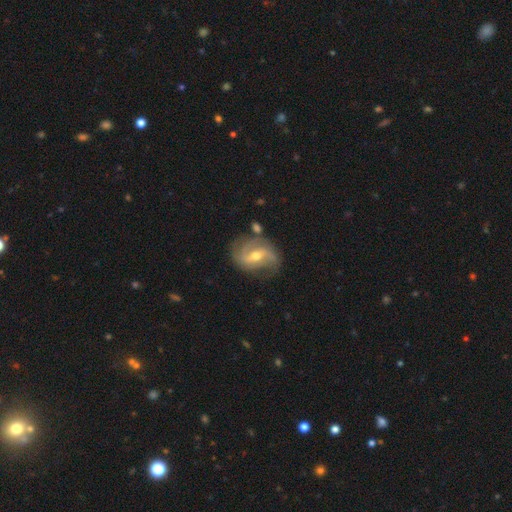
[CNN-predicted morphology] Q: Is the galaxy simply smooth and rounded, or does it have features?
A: featured or disk — 80%.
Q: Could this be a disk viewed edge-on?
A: no — 96%.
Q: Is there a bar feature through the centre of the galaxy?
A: weak — 47%.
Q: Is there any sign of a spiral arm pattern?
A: yes — 90%.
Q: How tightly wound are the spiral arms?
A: loose — 43%.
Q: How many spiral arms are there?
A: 2 — 73%.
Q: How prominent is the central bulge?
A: moderate — 64%.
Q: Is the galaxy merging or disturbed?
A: none — 65%.